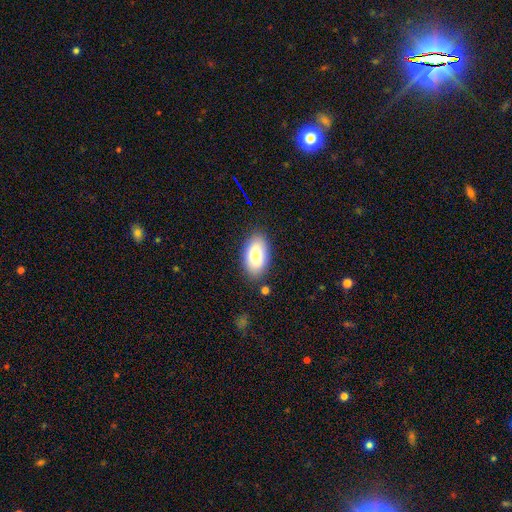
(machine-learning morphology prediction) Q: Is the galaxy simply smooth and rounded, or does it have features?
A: smooth — 78%.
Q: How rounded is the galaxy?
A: in between — 93%.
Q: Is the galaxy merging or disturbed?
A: none — 84%.